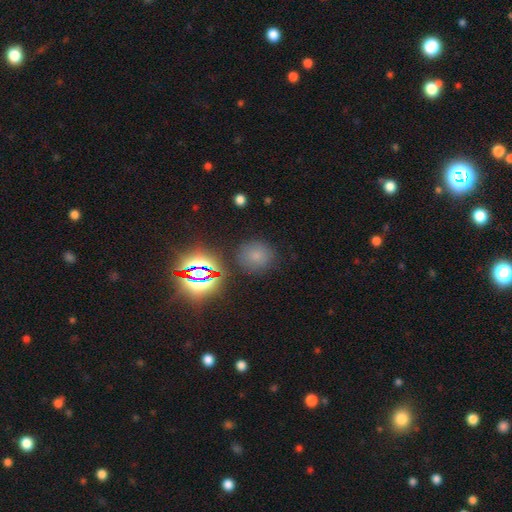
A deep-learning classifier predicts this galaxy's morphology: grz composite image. It shows a smooth galaxy with no disk features (65%) that is round (84%). Merging: none (84%).